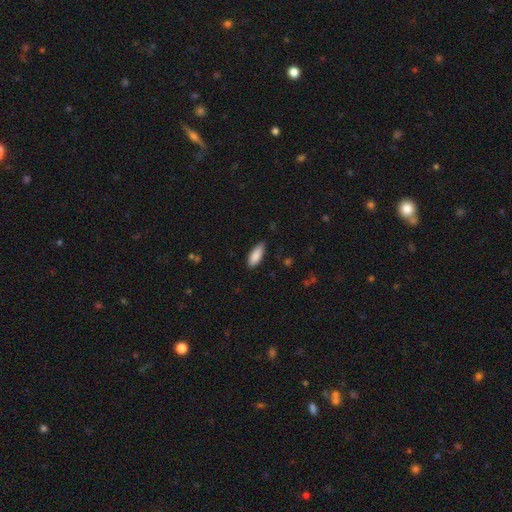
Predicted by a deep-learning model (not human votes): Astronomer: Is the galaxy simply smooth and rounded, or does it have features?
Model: smooth — 88%.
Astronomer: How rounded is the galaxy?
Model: in between — 74%.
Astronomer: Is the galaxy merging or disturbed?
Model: none — 82%.